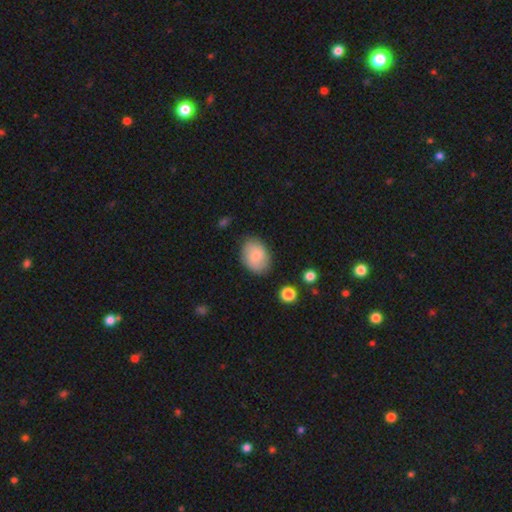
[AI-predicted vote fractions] Smooth or featured?
  - smooth: 69% *
  - featured or disk: 24%
  - star or artifact: 7%
How rounded?
  - in between: 69% *
  - round: 29%
  - cigar-shaped: 1%
Merging?
  - none: 81% *
  - minor disturbance: 14%
  - major disturbance: 4%
  - merger: 2%